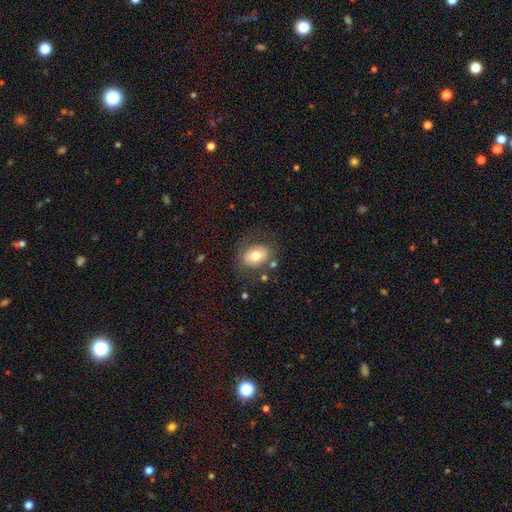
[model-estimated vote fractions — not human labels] Smooth or featured?
  - smooth: 66% *
  - featured or disk: 26%
  - star or artifact: 8%
How rounded?
  - in between: 64% *
  - round: 35%
  - cigar-shaped: 1%
Merging?
  - none: 75% *
  - minor disturbance: 15%
  - major disturbance: 7%
  - merger: 3%